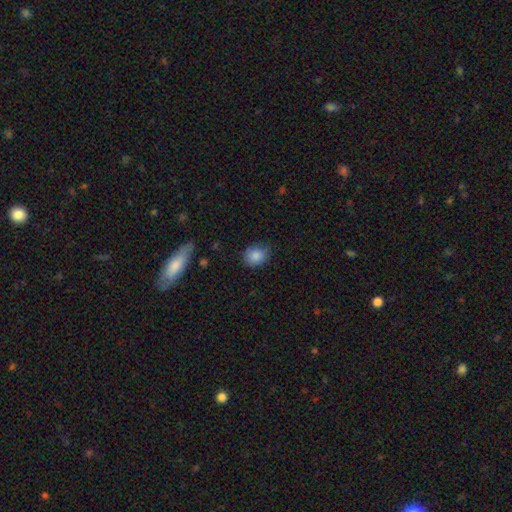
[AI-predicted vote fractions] Q: Smooth or featured?
A: smooth (86%); runner-up: star or artifact (9%)
Q: How rounded?
A: round (64%); runner-up: in between (35%)
Q: Merging?
A: none (75%); runner-up: minor disturbance (20%)